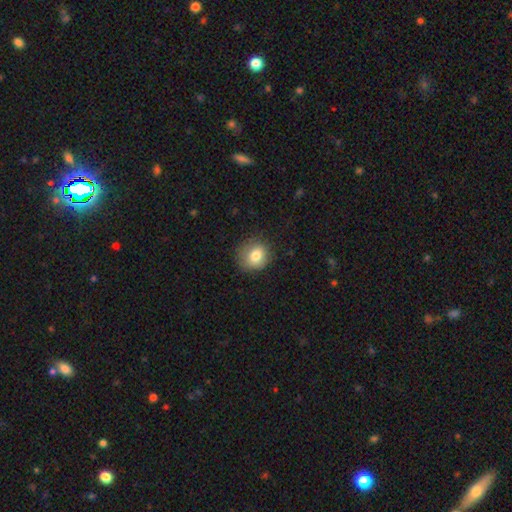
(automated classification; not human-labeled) Smooth or featured: smooth — 79% (featured or disk — 11%)
How rounded: round — 75% (in between — 24%)
Merging: none — 76% (minor disturbance — 18%)